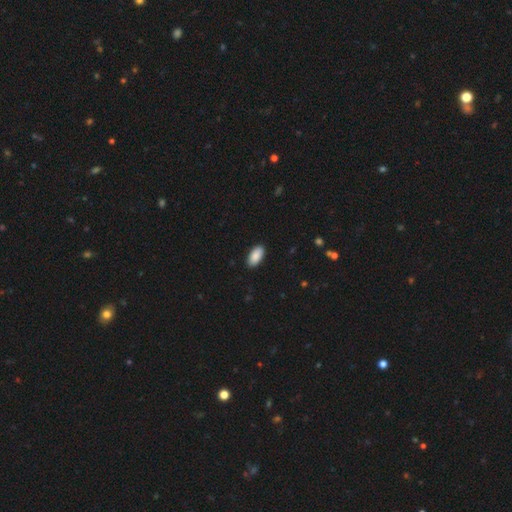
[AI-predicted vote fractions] Overall: smooth (90%). How rounded: in between (94%). Merging: none (90%).